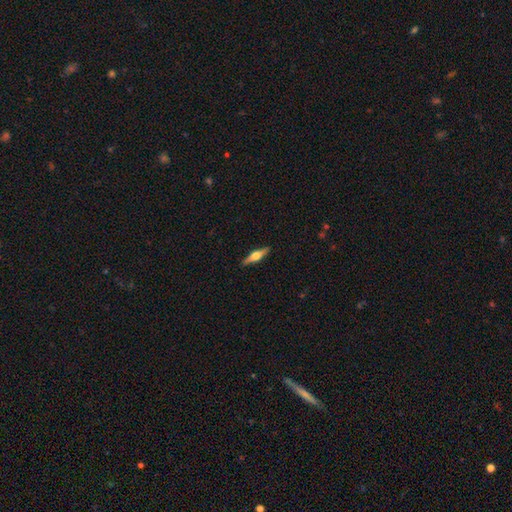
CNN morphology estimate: smooth-or-featured: featured or disk: 66% | smooth: 28% | star or artifact: 6%
  disk-edge-on: yes: 97% | no: 3%
    edge-on-bulge: rounded: 94% | boxy: 5% | none: 2%
  merging: none: 91% | minor disturbance: 7% | major disturbance: 2% | merger: 1%